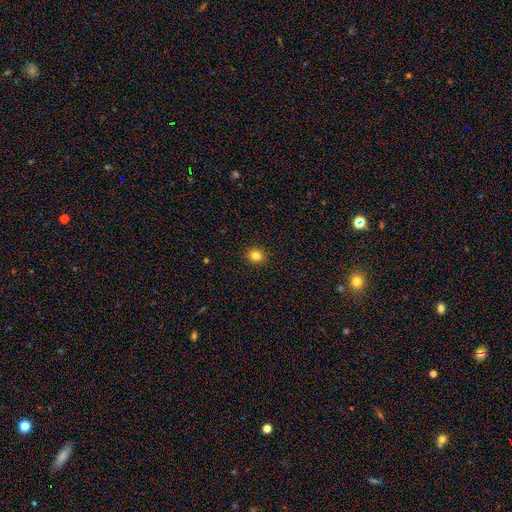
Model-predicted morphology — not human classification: This appears to be a smooth galaxy with no disk features (82%) that is round (80%). Merging: none (92%).